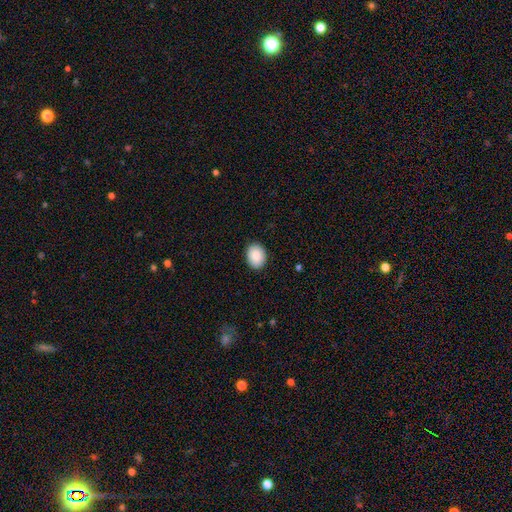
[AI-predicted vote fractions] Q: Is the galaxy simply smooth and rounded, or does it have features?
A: smooth — 89%.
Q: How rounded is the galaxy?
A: in between — 72%.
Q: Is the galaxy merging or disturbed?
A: none — 90%.